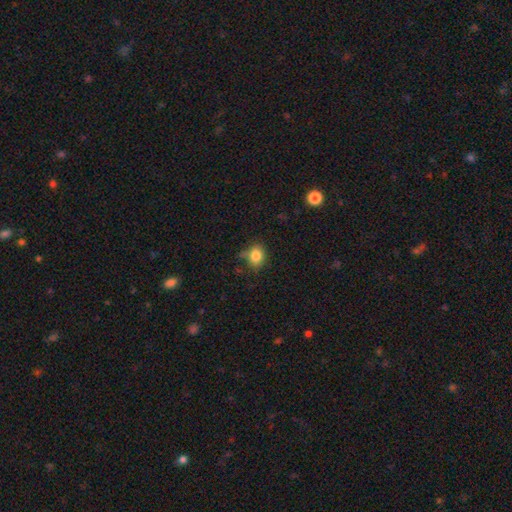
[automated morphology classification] This appears to be a smooth galaxy with no disk features (83%) that is in between round and cigar-shaped (49%, tied with round). Merging: none (65%).